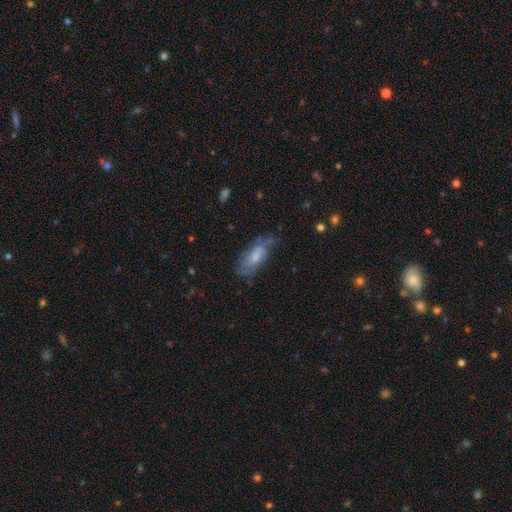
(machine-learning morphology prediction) smooth_or_featured: featured or disk (p=0.48) [alt: smooth p=0.44]
merging: none (p=0.51) [alt: minor disturbance p=0.30]